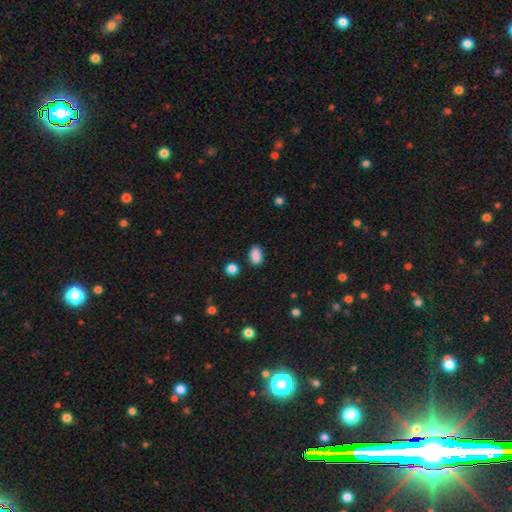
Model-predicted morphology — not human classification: type=smooth (88%); roundness=in between (87%); merging=none (84%).